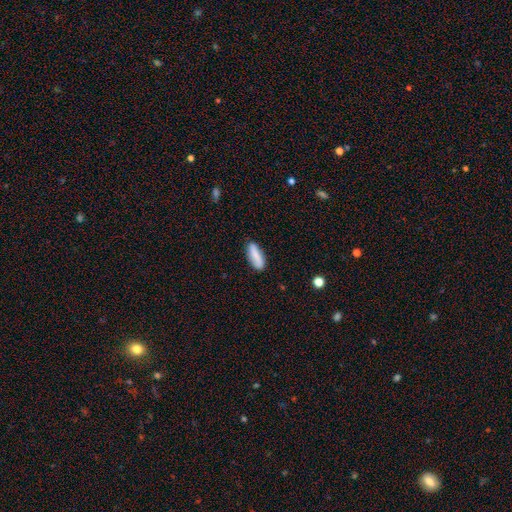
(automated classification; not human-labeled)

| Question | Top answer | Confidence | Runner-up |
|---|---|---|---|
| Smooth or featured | smooth | 82% | featured or disk (12%) |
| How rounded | in between | 54% | cigar-shaped (44%) |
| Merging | none | 83% | minor disturbance (13%) |